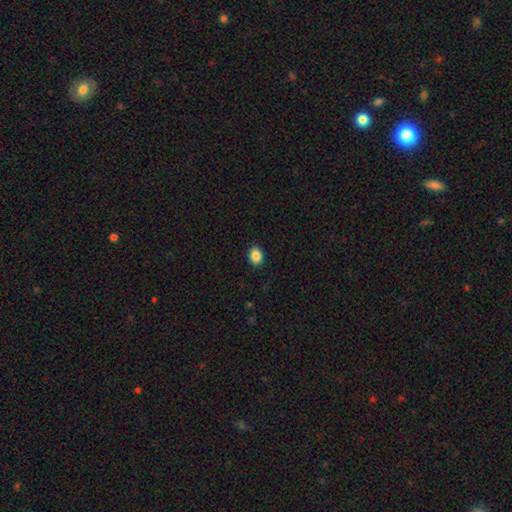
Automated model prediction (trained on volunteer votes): A smooth galaxy with no disk features (87%) that is in between round and cigar-shaped (62%). Merging: none (90%).